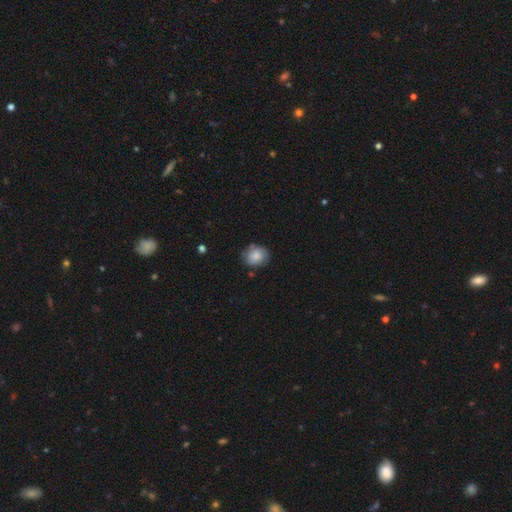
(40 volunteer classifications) smooth_or_featured: smooth (p=0.72) [alt: featured or disk p=0.17]
how_rounded: round (p=0.69) [alt: in between p=0.31]
merging: none (p=0.69) [alt: minor disturbance p=0.17]